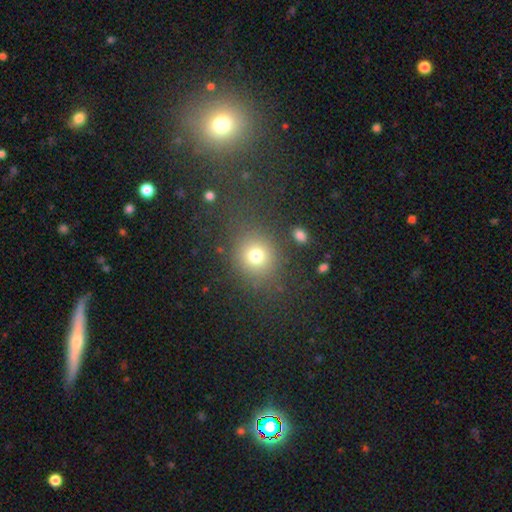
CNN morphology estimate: type=smooth (75%); roundness=round (78%); merging=none (77%).